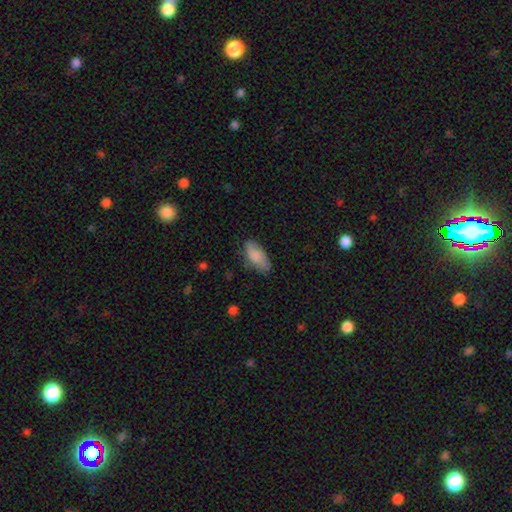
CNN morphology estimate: smooth 82%, featured or disk 12%, star or artifact 6%. Down the decision tree: how rounded — in between (90%); merging — none (70%).